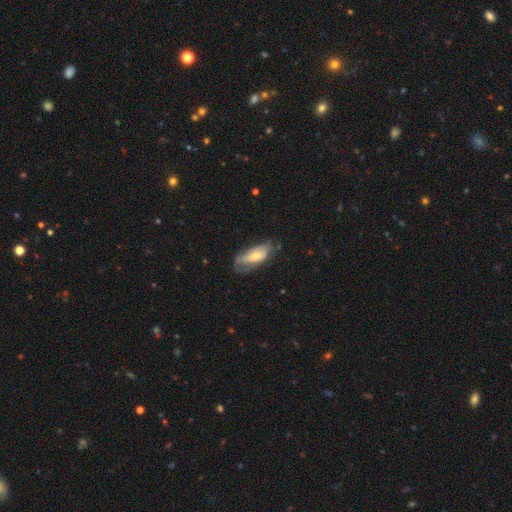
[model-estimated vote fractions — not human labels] smooth-or-featured: smooth: 55% | featured or disk: 38% | star or artifact: 7%
  how-rounded: in between: 79% | cigar-shaped: 19% | round: 2%
  merging: none: 48% | minor disturbance: 33% | major disturbance: 17% | merger: 2%